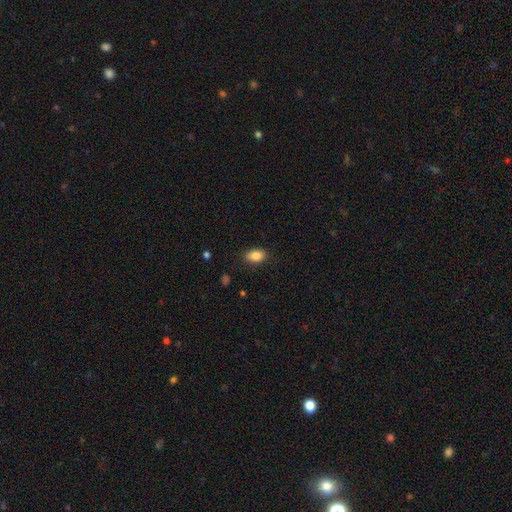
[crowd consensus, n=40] A smooth galaxy with no disk features (82%) that is in between round and cigar-shaped (79%).

Vote fractions:
- Smooth or featured? smooth: 82% / featured or disk: 10% / star or artifact: 8%
- How rounded? in between: 79% / round: 21% / cigar-shaped: 0%
- Merging? none: 78% / minor disturbance: 19% / major disturbance: 3% / merger: 0%